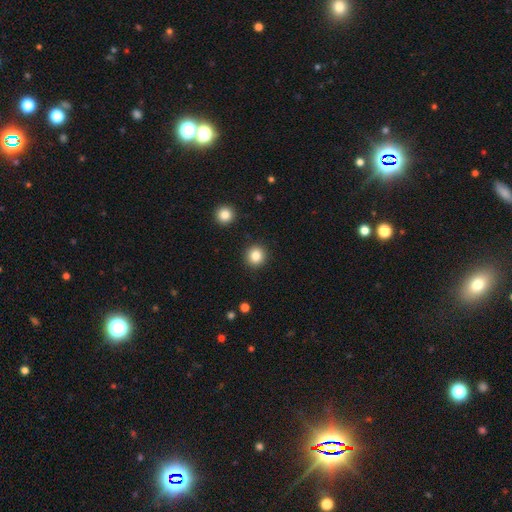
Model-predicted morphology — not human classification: A smooth galaxy with no disk features (84%) that is round (94%). Merging: none (91%).